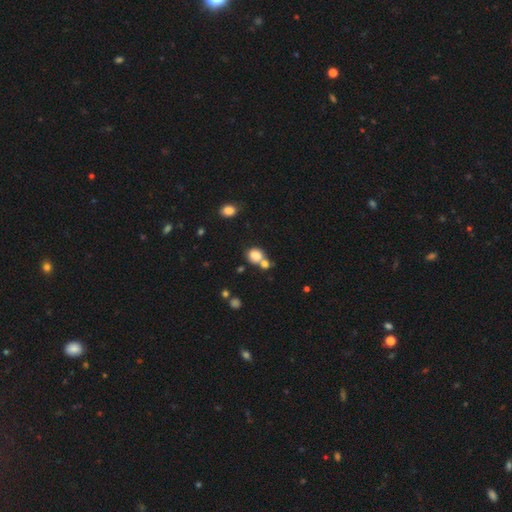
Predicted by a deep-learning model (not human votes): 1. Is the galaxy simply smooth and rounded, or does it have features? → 82% smooth, 11% star or artifact, 7% featured or disk.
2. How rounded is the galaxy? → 75% round, 24% in between, 1% cigar-shaped.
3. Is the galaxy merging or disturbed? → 47% none, 39% merger, 10% minor disturbance, 5% major disturbance.